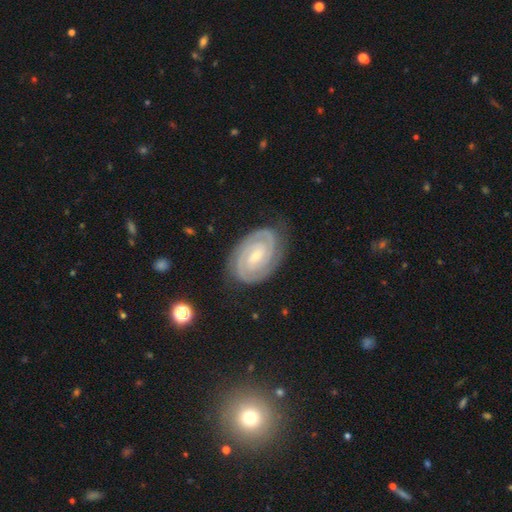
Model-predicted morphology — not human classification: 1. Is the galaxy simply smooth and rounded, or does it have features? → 90% featured or disk, 6% smooth, 5% star or artifact.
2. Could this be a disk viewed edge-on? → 97% no, 3% yes.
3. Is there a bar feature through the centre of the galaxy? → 47% weak, 34% no, 18% strong.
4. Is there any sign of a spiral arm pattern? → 98% yes, 2% no.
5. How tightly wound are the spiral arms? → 78% tight, 19% medium, 3% loose.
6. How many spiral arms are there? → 84% 2, 5% can't tell, 5% 3, 2% 1, 2% 4, 1% more than 4.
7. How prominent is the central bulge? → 63% small, 32% moderate, 3% none, 2% large, 1% dominant.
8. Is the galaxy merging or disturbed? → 82% none, 13% minor disturbance, 3% major disturbance, 1% merger.